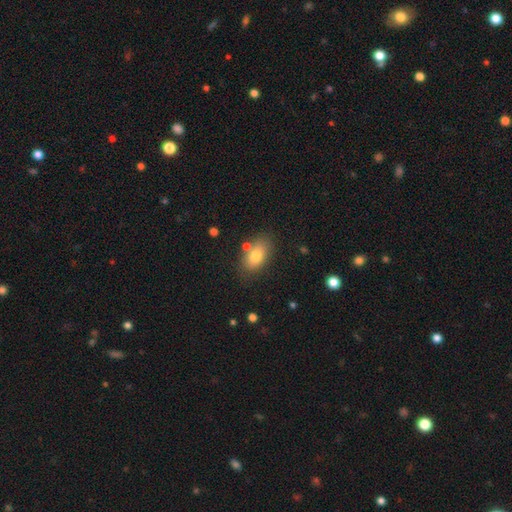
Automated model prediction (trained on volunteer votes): Smooth or featured? Predicted: smooth (p=0.78). How rounded? Predicted: in between (p=0.88). Merging? Predicted: none (p=0.73).